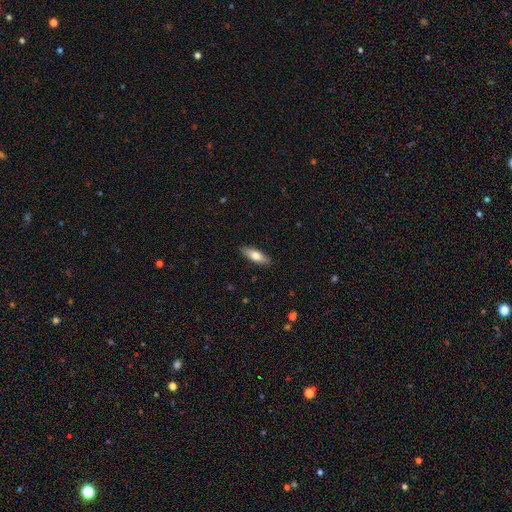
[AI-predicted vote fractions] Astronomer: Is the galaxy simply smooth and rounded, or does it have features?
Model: smooth — 72%.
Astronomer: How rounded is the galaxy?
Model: in between — 58% (runner-up: cigar-shaped, 40%).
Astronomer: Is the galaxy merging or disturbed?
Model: none — 89%.